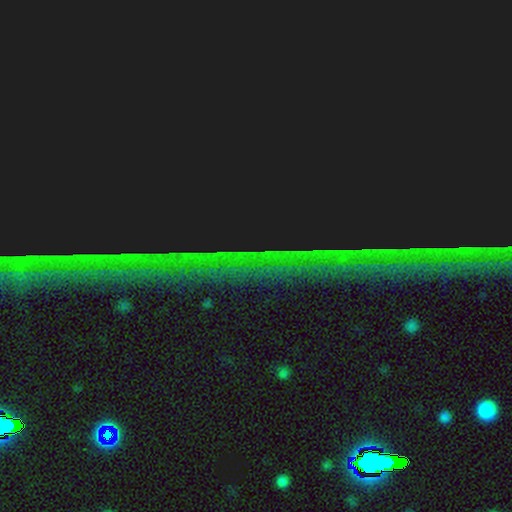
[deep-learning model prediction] Morphology: type=star or artifact (85%).